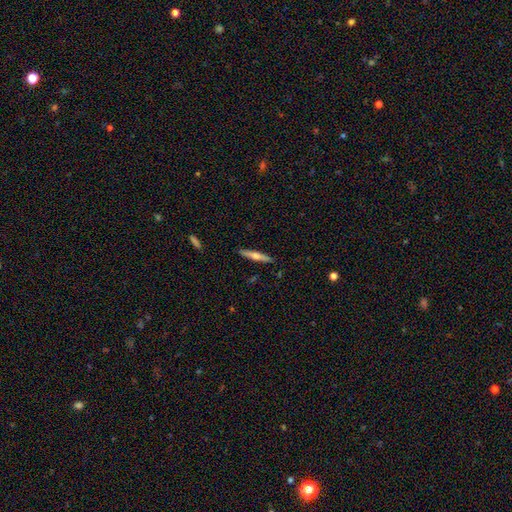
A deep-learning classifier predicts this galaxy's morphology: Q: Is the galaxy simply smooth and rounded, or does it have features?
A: featured or disk — 53%.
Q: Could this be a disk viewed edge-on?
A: yes — 96%.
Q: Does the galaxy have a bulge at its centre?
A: rounded — 87%.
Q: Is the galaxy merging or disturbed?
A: none — 90%.